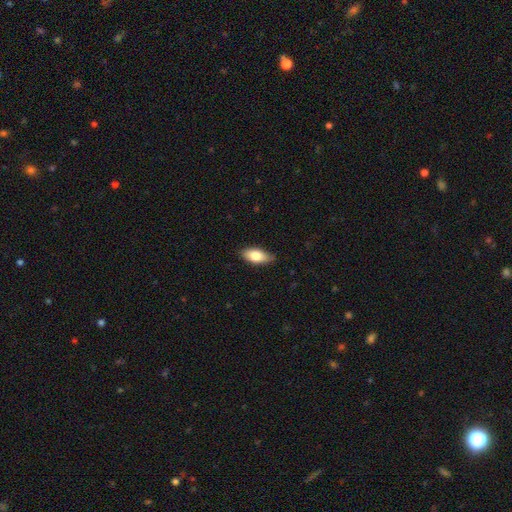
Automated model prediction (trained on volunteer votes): Smooth or featured: smooth — 79% (featured or disk — 15%)
How rounded: in between — 87% (cigar-shaped — 10%)
Merging: none — 78% (minor disturbance — 18%)